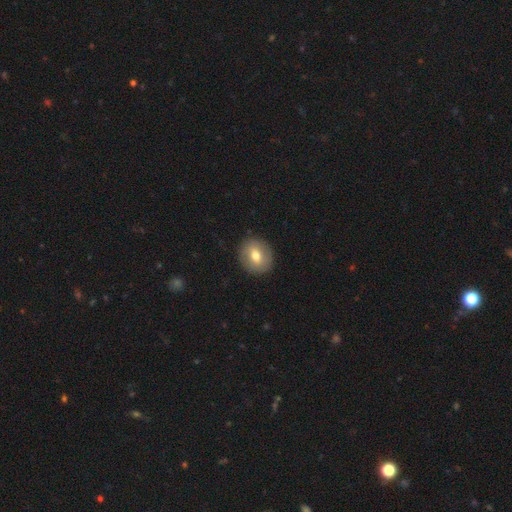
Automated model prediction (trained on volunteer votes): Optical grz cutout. It shows a smooth galaxy with no disk features (65%) that is round (75%). Merging: none (89%).